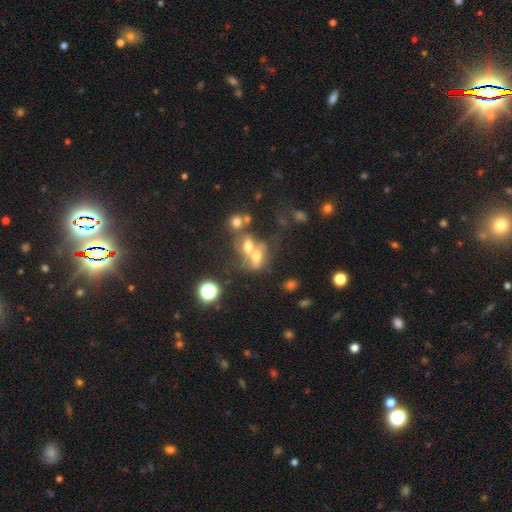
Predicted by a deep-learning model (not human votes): A smooth galaxy with no disk features (50%) that is in between round and cigar-shaped (64%).

Vote fractions:
- Smooth or featured? smooth: 50% / featured or disk: 30% / star or artifact: 20%
- How rounded? in between: 64% / round: 32% / cigar-shaped: 5%
- Merging? merger: 61% / none: 22% / minor disturbance: 9% / major disturbance: 8%